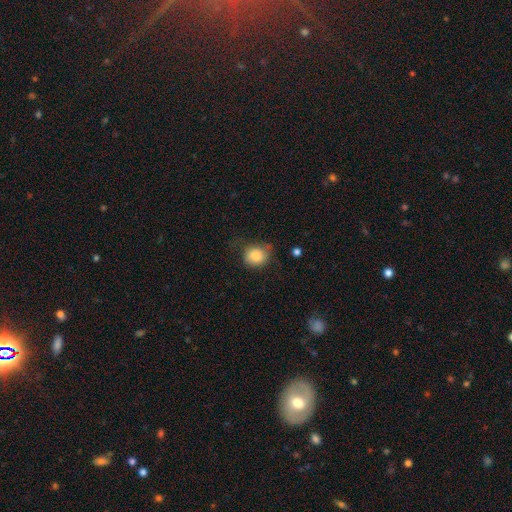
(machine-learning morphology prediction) smooth 82%, featured or disk 9%, star or artifact 9%. Down the decision tree: how rounded — round (72%); merging — none (60%).